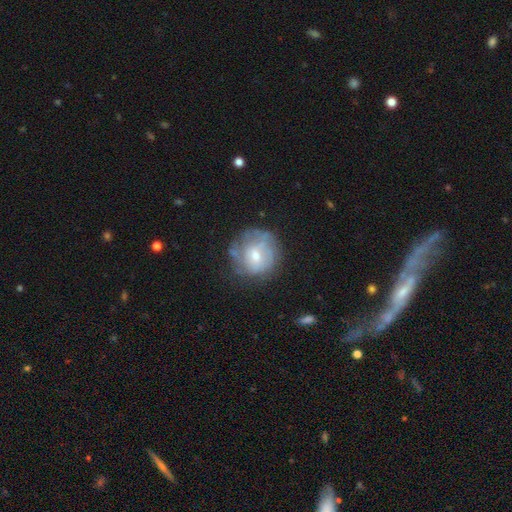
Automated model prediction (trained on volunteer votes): smooth_or_featured: featured or disk (p=0.53) [alt: smooth p=0.39]
disk_edge_on: no (p=0.97) [alt: yes p=0.03]
bar: no (p=0.63) [alt: weak p=0.32]
has_spiral_arms: yes (p=0.55) [alt: no p=0.45]
bulge_size: moderate (p=0.48) [alt: small p=0.45]
merging: none (p=0.60) [alt: minor disturbance p=0.23]